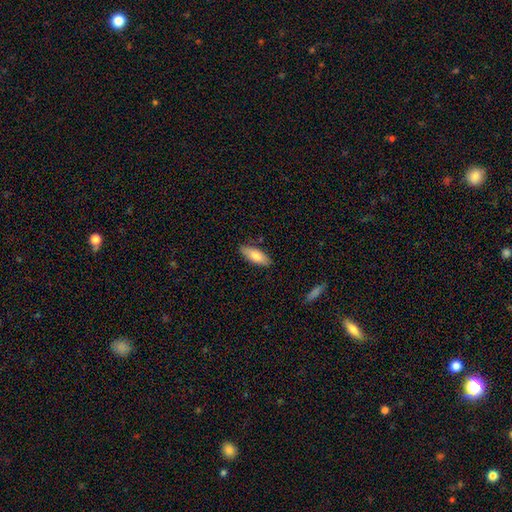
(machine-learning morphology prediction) Q: Smooth or featured?
A: smooth (79%); runner-up: featured or disk (15%)
Q: How rounded?
A: in between (74%); runner-up: cigar-shaped (24%)
Q: Merging?
A: none (85%); runner-up: minor disturbance (11%)